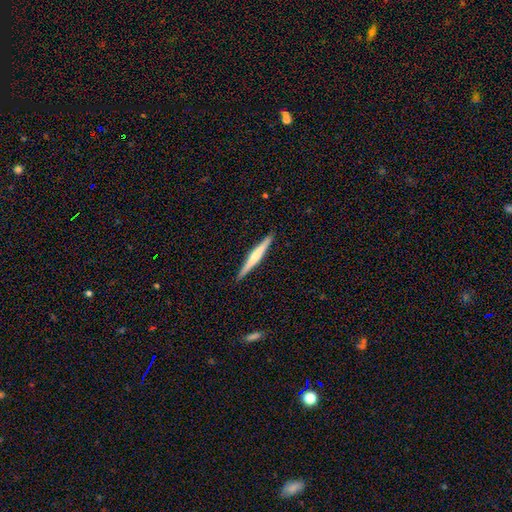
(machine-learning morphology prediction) Q: Smooth or featured?
A: featured or disk (58%); runner-up: smooth (37%)
Q: Edge-on disk?
A: yes (98%); runner-up: no (2%)
Q: Edge-on bulge?
A: rounded (56%); runner-up: none (31%)
Q: Merging?
A: none (92%); runner-up: minor disturbance (6%)